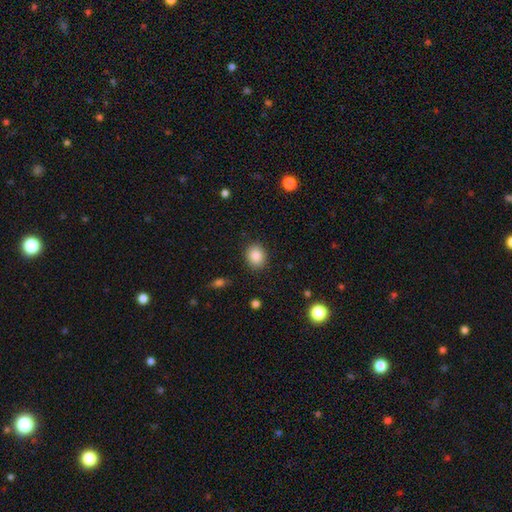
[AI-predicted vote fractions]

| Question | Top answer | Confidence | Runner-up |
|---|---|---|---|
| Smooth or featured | smooth | 87% | star or artifact (9%) |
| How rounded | round | 59% | in between (40%) |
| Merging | none | 88% | minor disturbance (8%) |